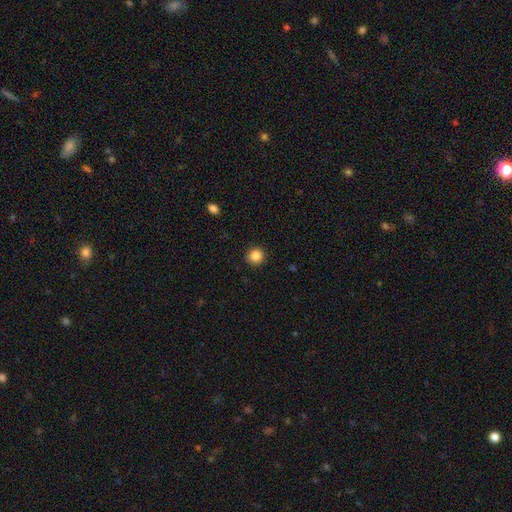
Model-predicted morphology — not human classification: Smooth or featured: smooth — 86% (star or artifact — 10%)
How rounded: round — 92% (in between — 7%)
Merging: none — 90% (minor disturbance — 7%)